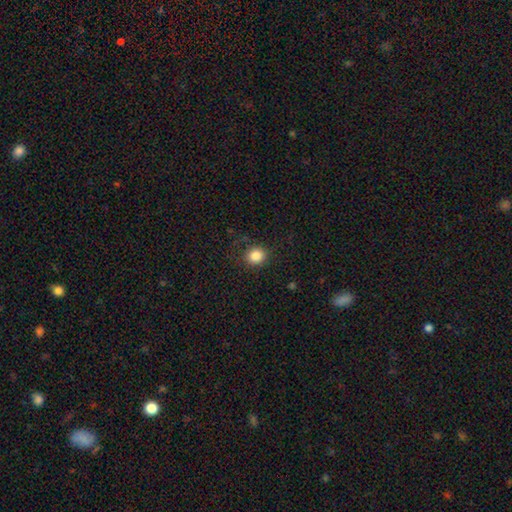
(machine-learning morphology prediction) Q: Smooth or featured?
A: smooth (85%); runner-up: star or artifact (10%)
Q: How rounded?
A: round (79%); runner-up: in between (20%)
Q: Merging?
A: none (84%); runner-up: minor disturbance (10%)